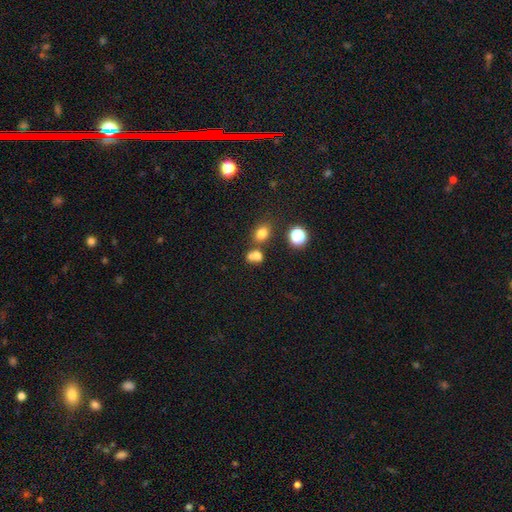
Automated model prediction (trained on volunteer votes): A smooth galaxy with no disk features (70%) that is round (54%). Merging: merger (48%).